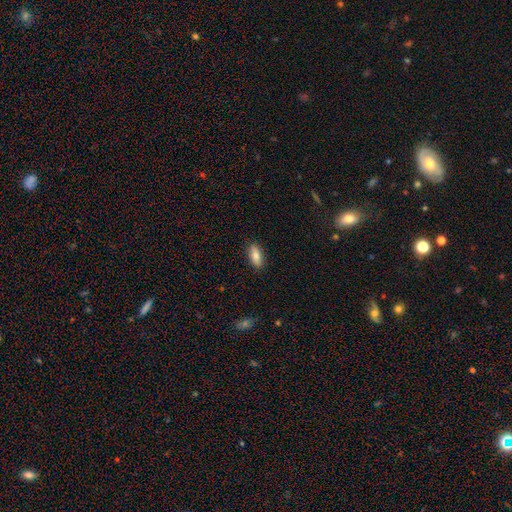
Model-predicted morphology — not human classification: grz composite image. It shows a smooth galaxy with no disk features (78%) that is in between round and cigar-shaped (80%). Merging: none (89%).